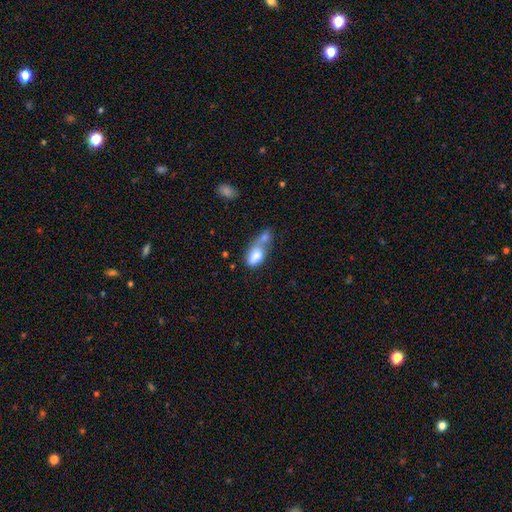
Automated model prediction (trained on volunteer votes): Q: Smooth or featured?
A: smooth (77%); runner-up: featured or disk (15%)
Q: How rounded?
A: in between (86%); runner-up: round (9%)
Q: Merging?
A: merger (63%); runner-up: none (17%)